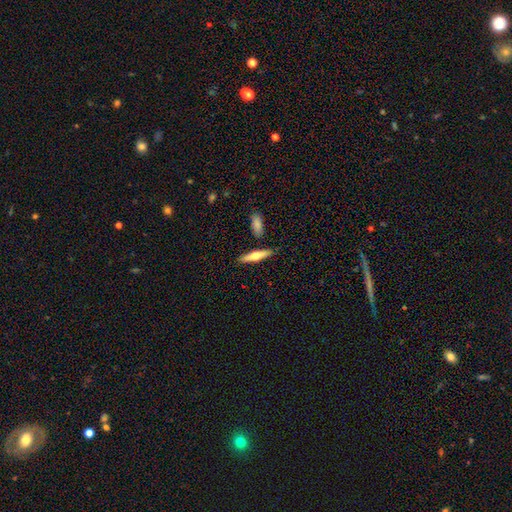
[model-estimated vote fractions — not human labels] A smooth galaxy with no disk features (51%) that is cigar-shaped (78%).

Vote fractions:
- Smooth or featured? smooth: 51% / featured or disk: 43% / star or artifact: 6%
- How rounded? cigar-shaped: 78% / in between: 20% / round: 2%
- Merging? none: 82% / minor disturbance: 9% / merger: 7% / major disturbance: 2%